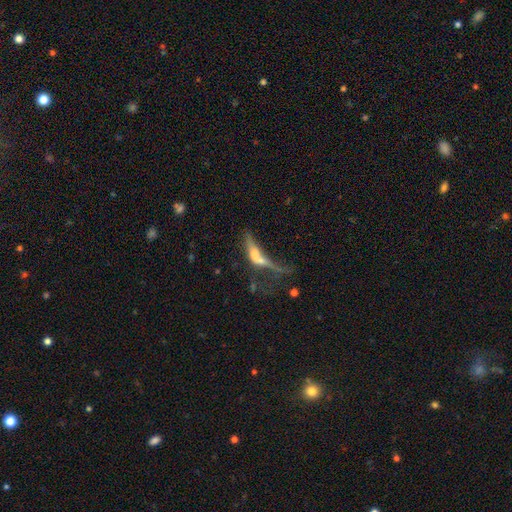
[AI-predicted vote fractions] The model was most divided on "edge-on disk": no: 55%, yes: 45%. Remaining: smooth or featured — featured or disk (50%); merging — merger (42%).